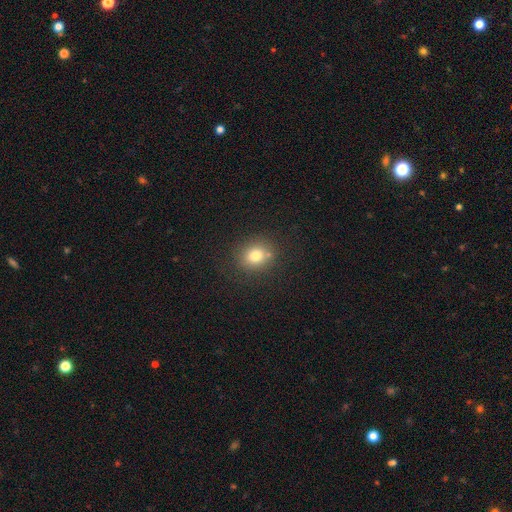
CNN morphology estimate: smooth_or_featured: smooth (p=0.78) [alt: star or artifact p=0.13]
how_rounded: round (p=0.69) [alt: in between p=0.30]
merging: none (p=0.78) [alt: minor disturbance p=0.12]